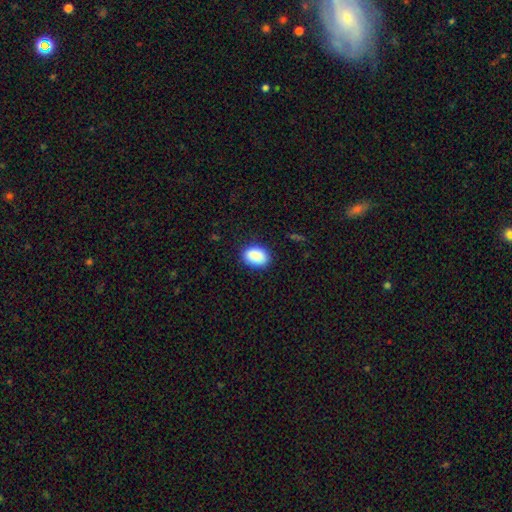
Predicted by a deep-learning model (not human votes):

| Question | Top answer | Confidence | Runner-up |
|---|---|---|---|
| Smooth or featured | smooth | 89% | star or artifact (7%) |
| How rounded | in between | 77% | round (21%) |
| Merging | none | 85% | minor disturbance (11%) |